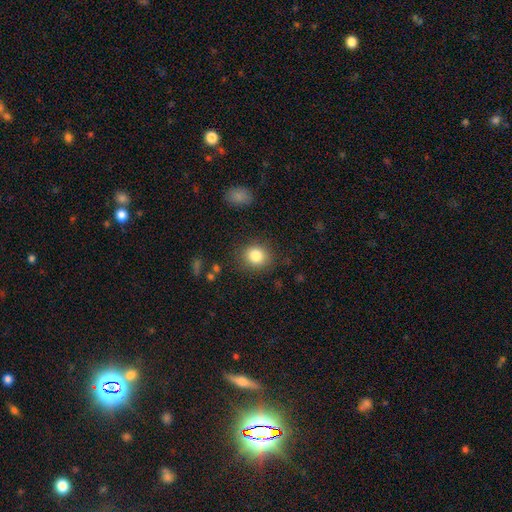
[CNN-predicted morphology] smooth 83%, star or artifact 10%, featured or disk 7%. Down the decision tree: how rounded — round (73%); merging — none (84%).